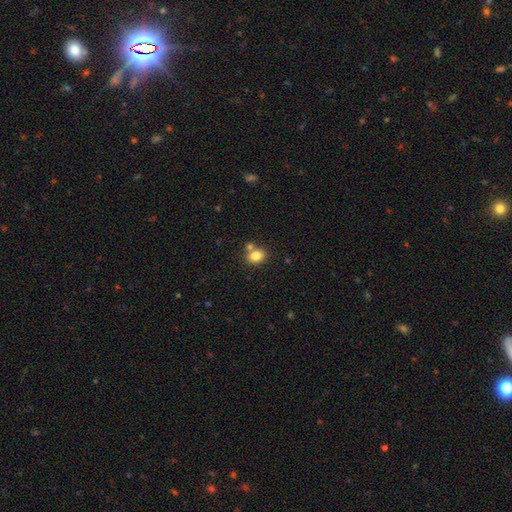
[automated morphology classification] smooth 83%, star or artifact 10%, featured or disk 7%. Down the decision tree: how rounded — in between (57%); merging — none (63%).